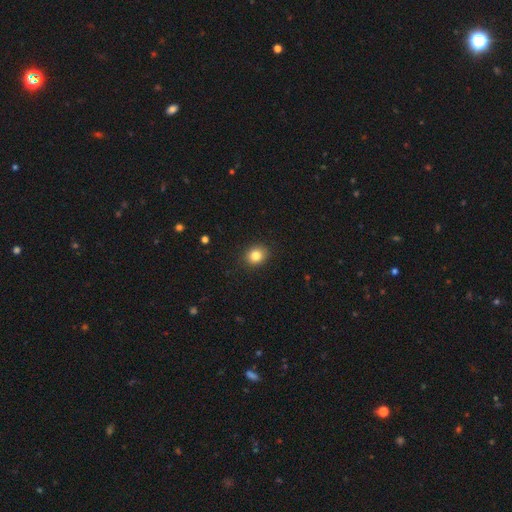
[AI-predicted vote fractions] The model was most divided on "how rounded": round: 68%, in between: 31%, cigar-shaped: 1%. More confident: merging — none (90%); smooth or featured — smooth (83%).